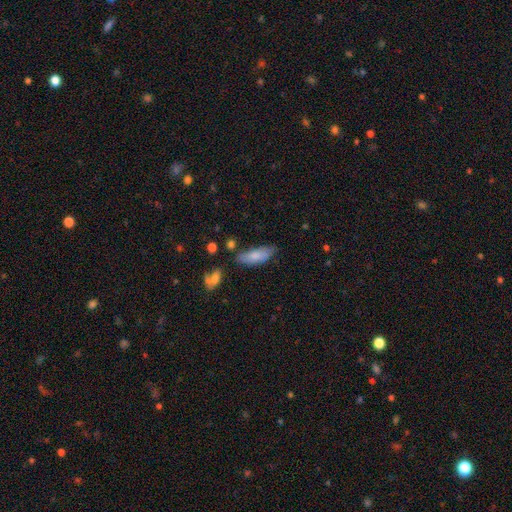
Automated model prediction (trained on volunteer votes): Smooth or featured?
  - smooth: 79% *
  - featured or disk: 15%
  - star or artifact: 7%
How rounded?
  - in between: 68% *
  - cigar-shaped: 30%
  - round: 2%
Merging?
  - none: 60% *
  - minor disturbance: 27%
  - major disturbance: 7%
  - merger: 6%